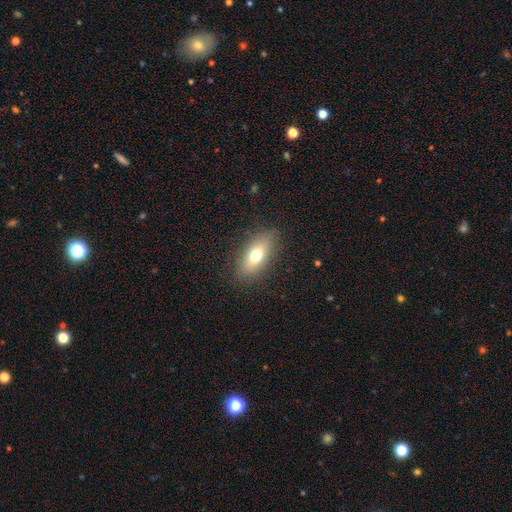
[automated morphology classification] A smooth galaxy with no disk features (70%) that is in between round and cigar-shaped (80%). Merging: none (86%).